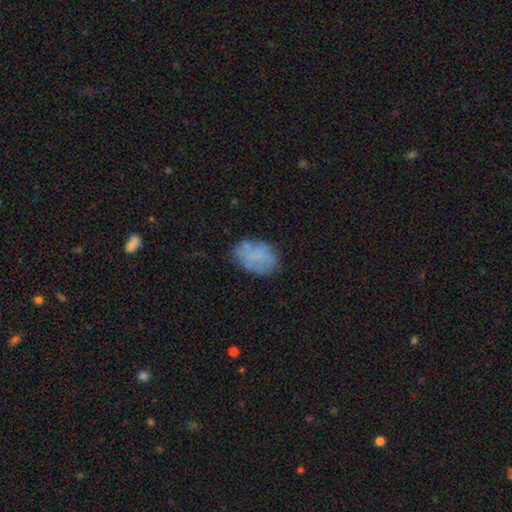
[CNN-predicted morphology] The model was most divided on "smooth or featured": smooth: 58%, featured or disk: 32%, star or artifact: 10%. More confident: how rounded — in between (84%); merging — none (64%).